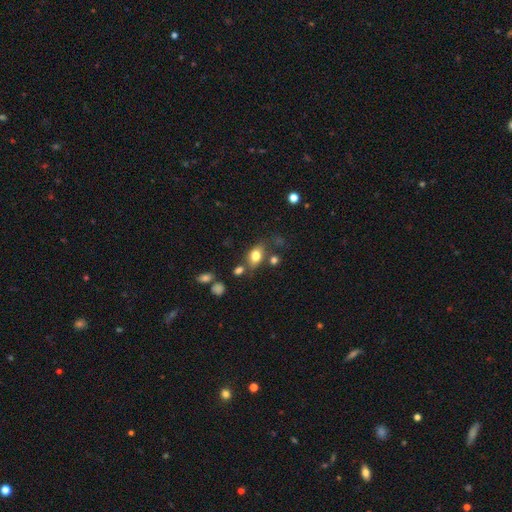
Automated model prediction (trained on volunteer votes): smooth-or-featured: smooth: 76% | featured or disk: 14% | star or artifact: 10%
  how-rounded: in between: 76% | round: 21% | cigar-shaped: 3%
  merging: none: 64% | minor disturbance: 18% | merger: 11% | major disturbance: 7%